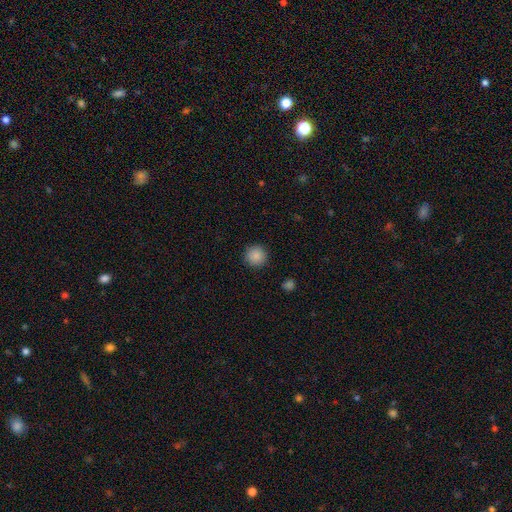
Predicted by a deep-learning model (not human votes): Q: Smooth or featured?
A: smooth (88%); runner-up: star or artifact (9%)
Q: How rounded?
A: round (95%); runner-up: in between (4%)
Q: Merging?
A: none (92%); runner-up: minor disturbance (5%)